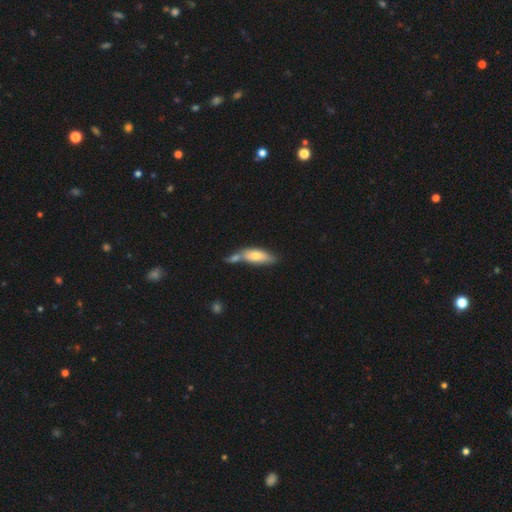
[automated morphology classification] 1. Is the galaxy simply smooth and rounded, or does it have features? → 69% smooth, 24% featured or disk, 6% star or artifact.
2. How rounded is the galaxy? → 67% in between, 31% cigar-shaped, 3% round.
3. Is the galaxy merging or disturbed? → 43% merger, 38% none, 14% minor disturbance, 5% major disturbance.